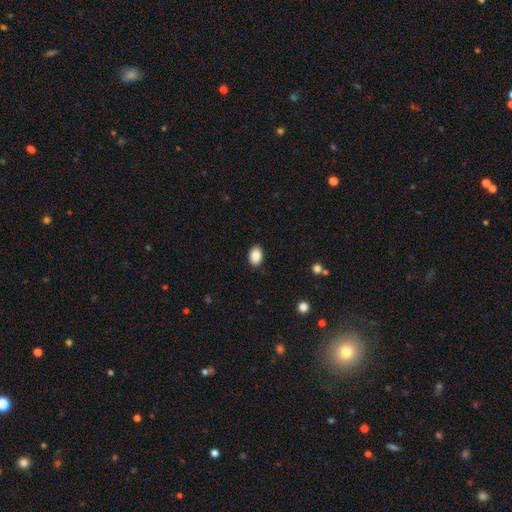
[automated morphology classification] Smooth or featured? smooth (89%)
How rounded? in between (80%)
Merging? none (88%)